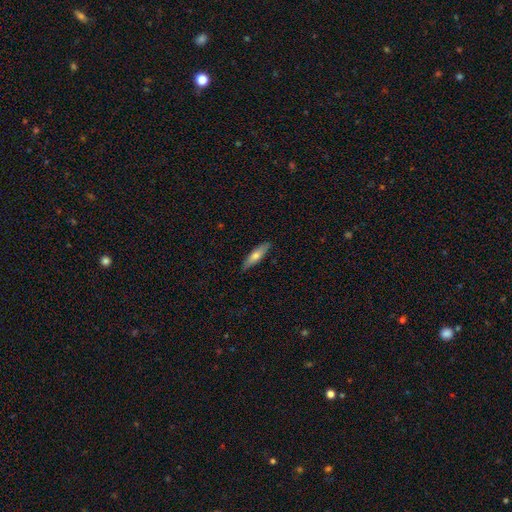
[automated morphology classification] Overall: smooth (64%; featured or disk 30%). How rounded: cigar-shaped (69%; in between 29%). Merging: none (88%).